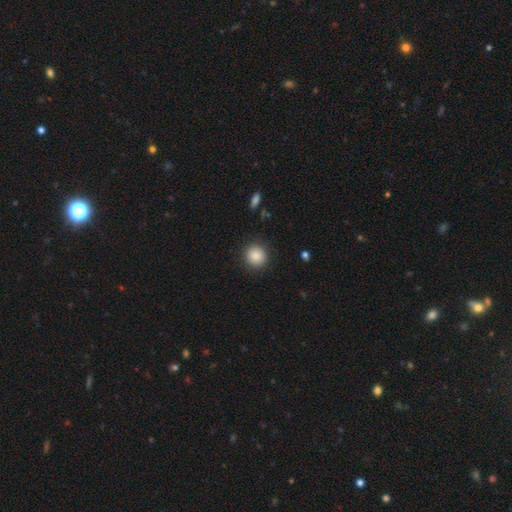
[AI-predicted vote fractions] The model was most divided on "smooth or featured": smooth: 87%, star or artifact: 9%, featured or disk: 4%. More confident: how rounded — round (92%); merging — none (89%).